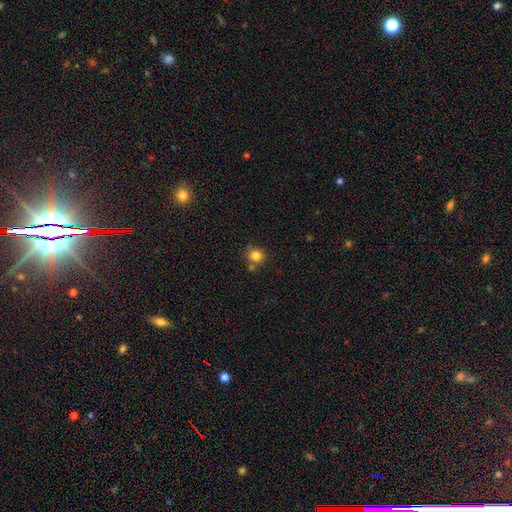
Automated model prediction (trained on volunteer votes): Smooth or featured?
  - smooth: 83% *
  - star or artifact: 12%
  - featured or disk: 6%
How rounded?
  - round: 89% *
  - in between: 10%
  - cigar-shaped: 1%
Merging?
  - none: 74% *
  - merger: 12%
  - minor disturbance: 11%
  - major disturbance: 3%